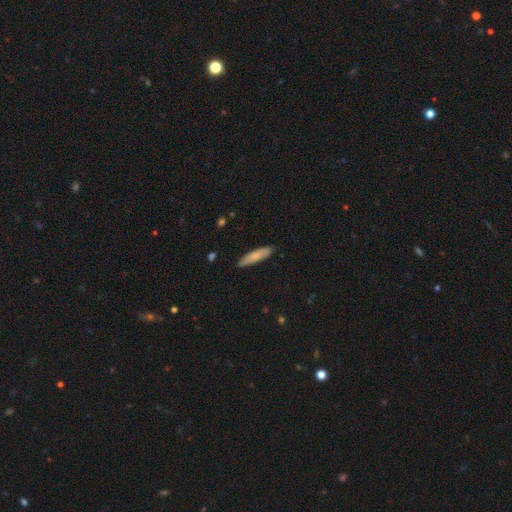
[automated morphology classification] smooth 79%, featured or disk 15%, star or artifact 6%. Down the decision tree: how rounded — cigar-shaped (79%); merging — none (88%).